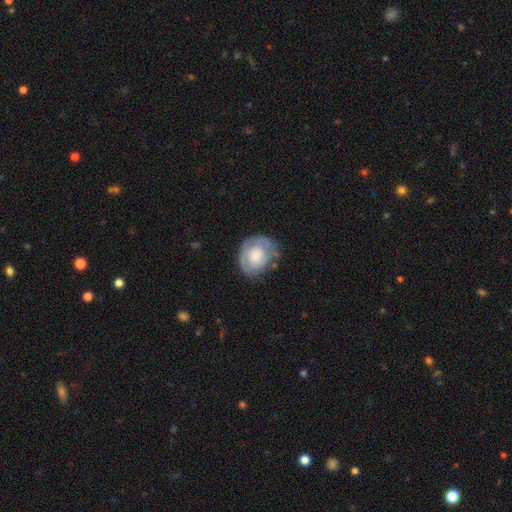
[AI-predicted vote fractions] Smooth or featured? Predicted: featured or disk (p=0.50). Edge-on disk? Predicted: no (p=0.97). Merging? Predicted: none (p=0.63).